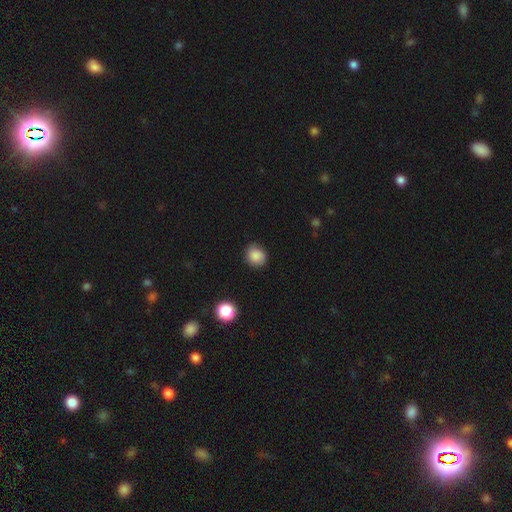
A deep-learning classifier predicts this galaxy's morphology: The model was most divided on "how rounded": round: 74%, in between: 25%, cigar-shaped: 1%. More confident: smooth or featured — smooth (86%); merging — none (81%).